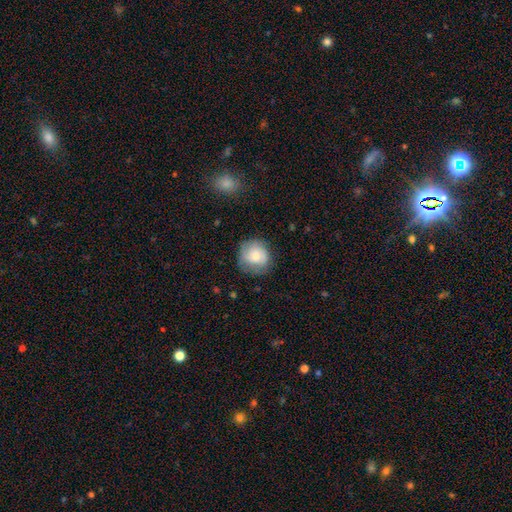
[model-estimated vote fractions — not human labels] This appears to be a smooth galaxy with no disk features (68%) that is round (84%). Merging: none (71%).